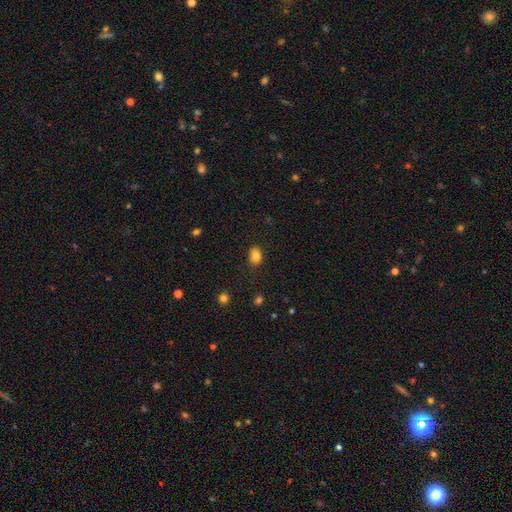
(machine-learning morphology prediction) A smooth galaxy with no disk features (83%) that is in between round and cigar-shaped (78%).

Vote fractions:
- Smooth or featured? smooth: 83% / star or artifact: 9% / featured or disk: 8%
- How rounded? in between: 78% / round: 21% / cigar-shaped: 1%
- Merging? none: 86% / minor disturbance: 11% / major disturbance: 2% / merger: 1%